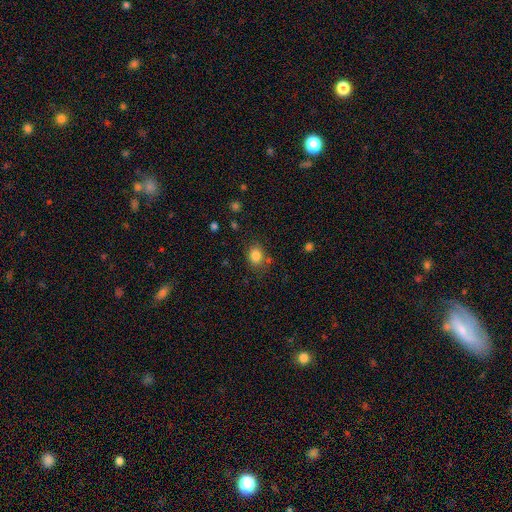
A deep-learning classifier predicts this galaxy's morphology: This appears to be a smooth galaxy with no disk features (83%) that is round (51%). Merging: none (75%).